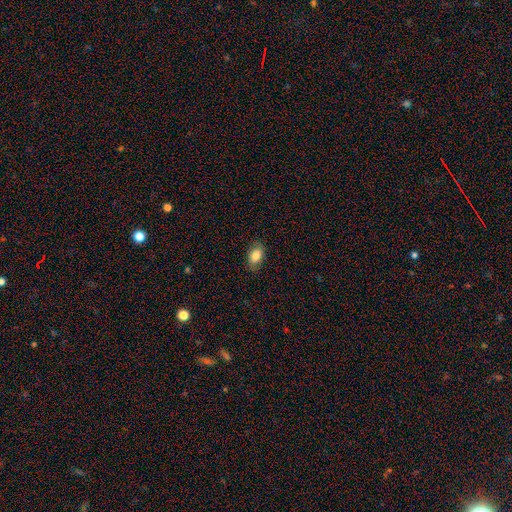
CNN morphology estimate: This is clearly a smooth galaxy (82%). How rounded: clearly in between (89%). Merging: clearly none (83%).